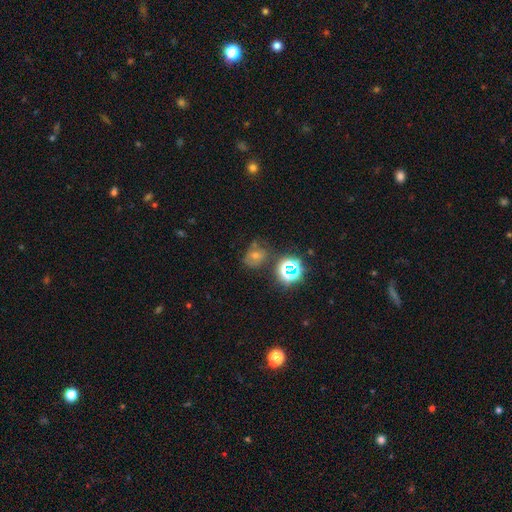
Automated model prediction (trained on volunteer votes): star or artifact 49%, smooth 29%, featured or disk 22%.